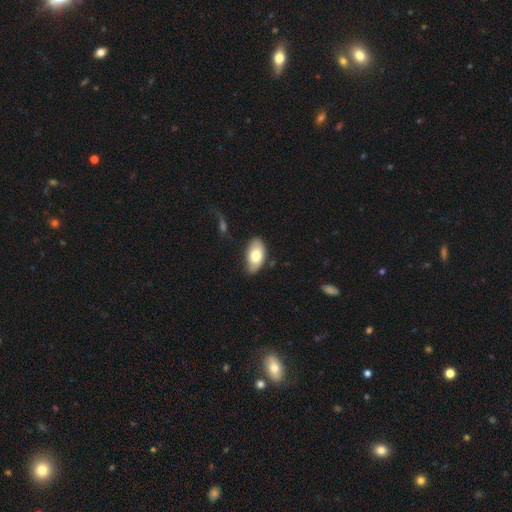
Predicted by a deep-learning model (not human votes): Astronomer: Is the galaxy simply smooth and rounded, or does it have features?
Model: smooth — 74%.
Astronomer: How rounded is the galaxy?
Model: in between — 95%.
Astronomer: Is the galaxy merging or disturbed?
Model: none — 74%.